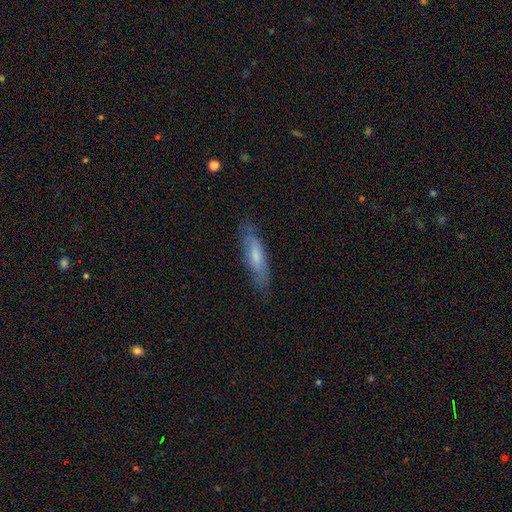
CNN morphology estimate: Smooth or featured? smooth (59%)
How rounded? cigar-shaped (68%)
Merging? none (77%)